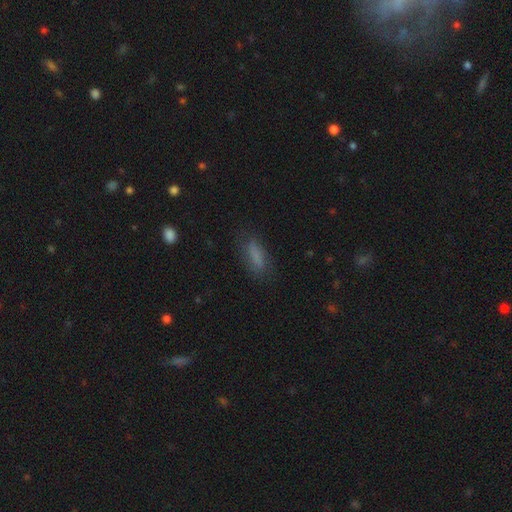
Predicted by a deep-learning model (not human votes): Smooth or featured? smooth (77%)
How rounded? cigar-shaped (50%)
Merging? none (73%)